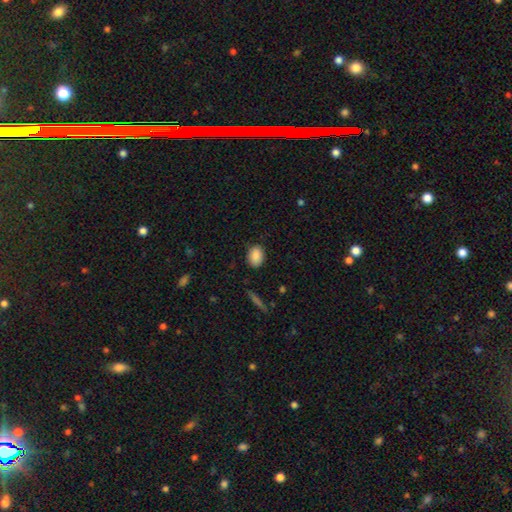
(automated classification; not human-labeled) Q: Smooth or featured?
A: smooth (88%); runner-up: star or artifact (8%)
Q: How rounded?
A: in between (78%); runner-up: round (20%)
Q: Merging?
A: none (86%); runner-up: minor disturbance (10%)